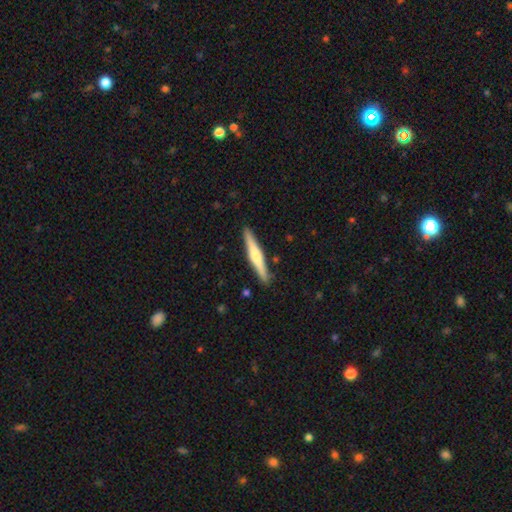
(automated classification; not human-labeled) smooth_or_featured: featured or disk (p=0.54) [alt: smooth p=0.41]
disk_edge_on: yes (p=0.97) [alt: no p=0.03]
edge_on_bulge: rounded (p=0.73) [alt: none p=0.15]
merging: none (p=0.90) [alt: minor disturbance p=0.08]